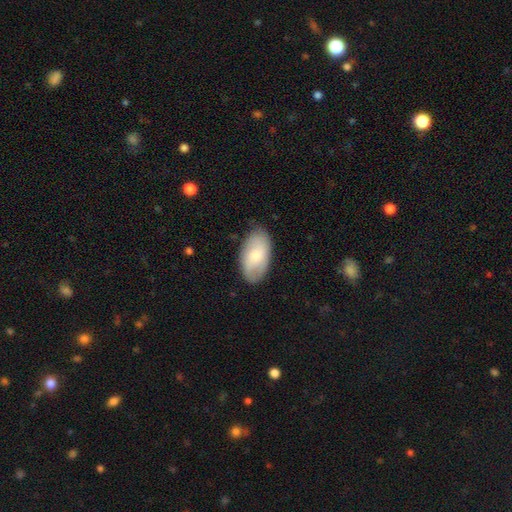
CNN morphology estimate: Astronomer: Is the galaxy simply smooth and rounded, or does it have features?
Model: smooth — 64%.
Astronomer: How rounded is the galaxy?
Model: in between — 94%.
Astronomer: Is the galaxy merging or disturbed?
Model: none — 78%.